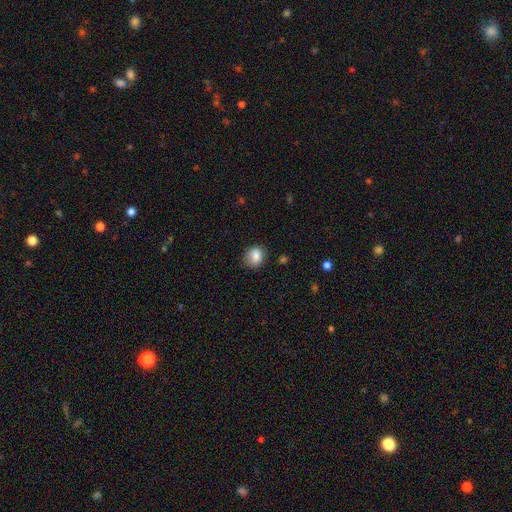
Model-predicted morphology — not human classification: type=smooth (85%); roundness=round (65%); merging=none (74%).